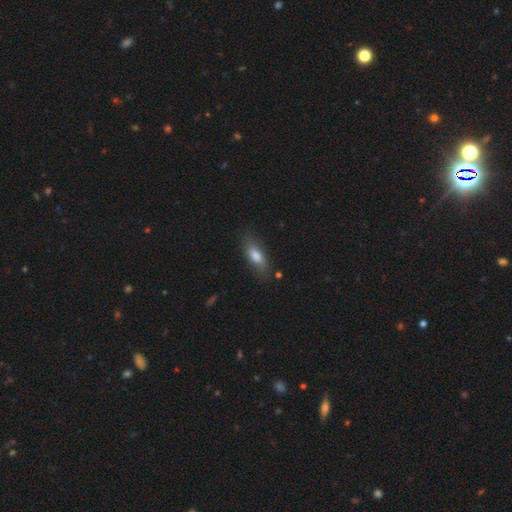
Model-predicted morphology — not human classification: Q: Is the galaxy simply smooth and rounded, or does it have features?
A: smooth — 76%.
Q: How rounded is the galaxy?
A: in between — 70%.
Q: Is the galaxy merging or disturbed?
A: none — 75%.